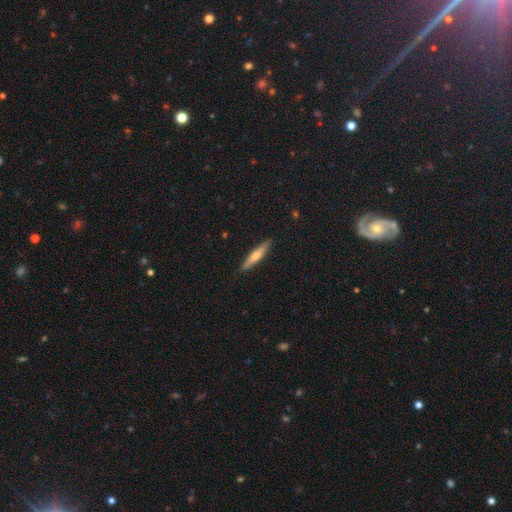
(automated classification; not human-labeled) A featured or disk galaxy (48%).

Vote fractions:
- Smooth or featured? featured or disk: 48% / smooth: 46% / star or artifact: 6%
- Merging? none: 90% / minor disturbance: 8% / major disturbance: 1% / merger: 1%